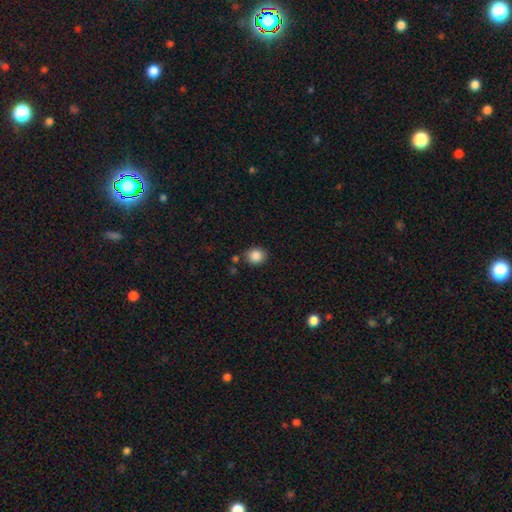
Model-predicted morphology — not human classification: The model was most divided on "how rounded": round: 80%, in between: 19%, cigar-shaped: 1%. More confident: smooth or featured — smooth (87%); merging — none (82%).